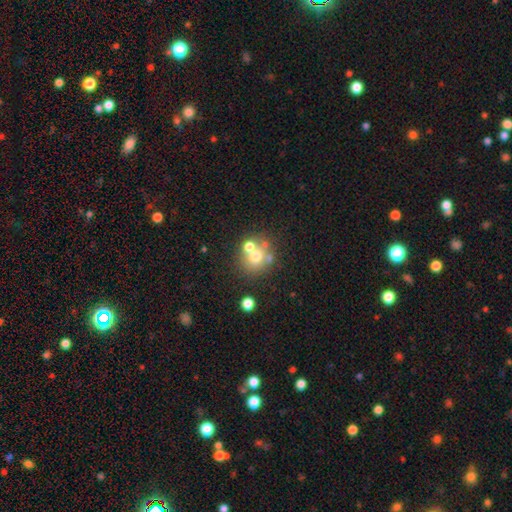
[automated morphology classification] Q: Smooth or featured?
A: smooth (62%); runner-up: featured or disk (23%)
Q: How rounded?
A: round (81%); runner-up: in between (18%)
Q: Merging?
A: none (54%); runner-up: merger (31%)